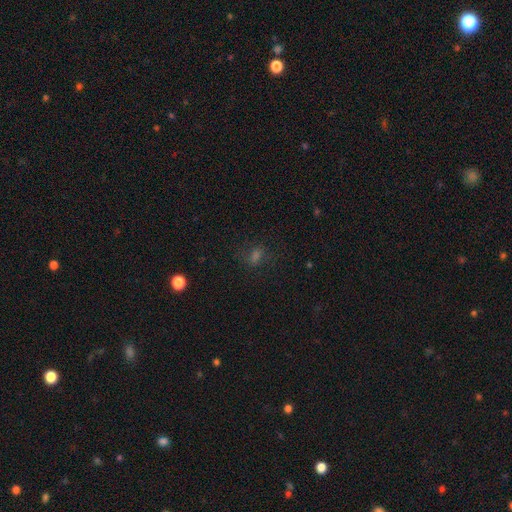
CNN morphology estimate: smooth_or_featured: smooth (p=0.55) [alt: star or artifact p=0.32]
how_rounded: in between (p=0.59) [alt: round p=0.36]
merging: none (p=0.72) [alt: minor disturbance p=0.15]